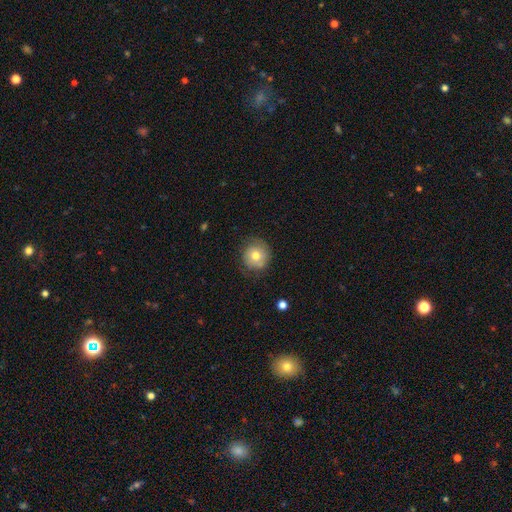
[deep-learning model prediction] A smooth galaxy with no disk features (70%) that is round (90%).

Vote fractions:
- Smooth or featured? smooth: 70% / featured or disk: 21% / star or artifact: 9%
- How rounded? round: 90% / in between: 9% / cigar-shaped: 1%
- Merging? none: 72% / minor disturbance: 20% / major disturbance: 6% / merger: 2%